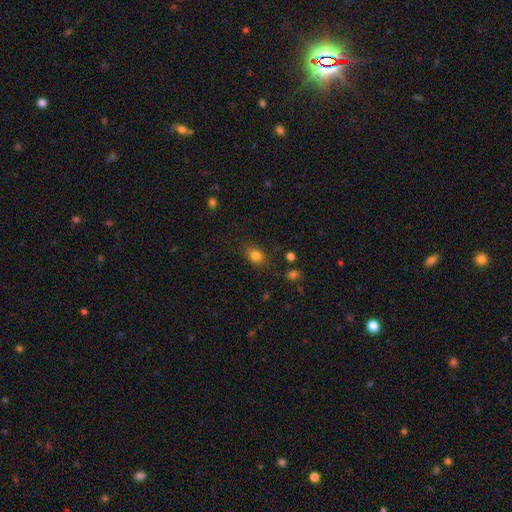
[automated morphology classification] This is clearly a smooth galaxy (81%). How rounded: likely in between (69%). Merging: clearly none (83%).